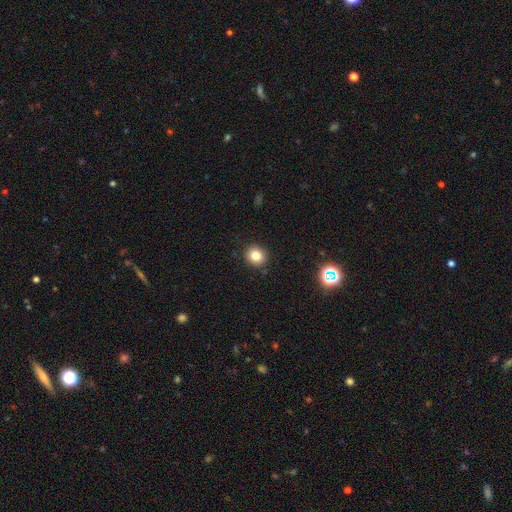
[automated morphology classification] type=smooth (82%); roundness=round (85%); merging=none (90%).